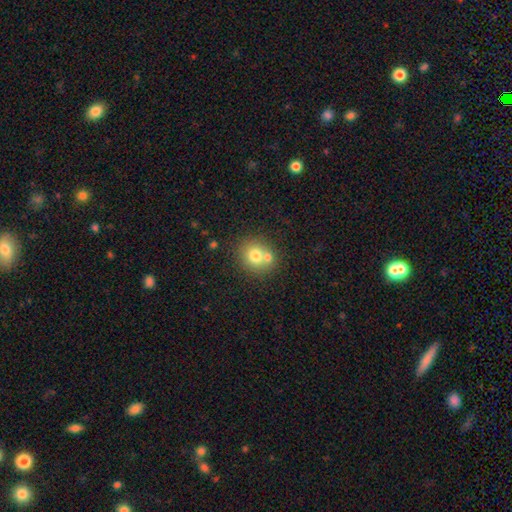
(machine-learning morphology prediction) A smooth galaxy with no disk features (73%) that is round (80%). Merging: none (53%).